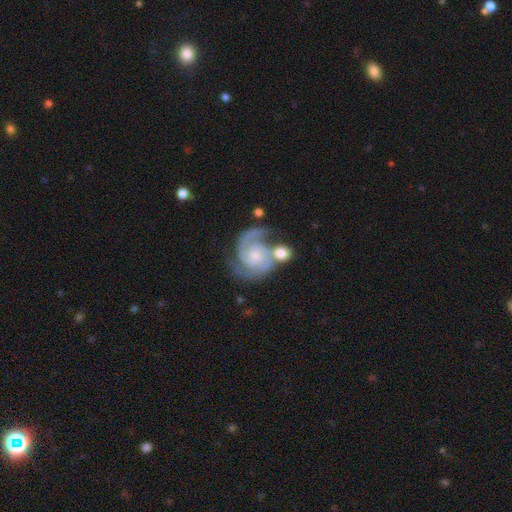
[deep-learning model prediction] Smooth or featured?
  - featured or disk: 91% *
  - smooth: 5%
  - star or artifact: 4%
Edge-on disk?
  - no: 98% *
  - yes: 2%
Bar?
  - no: 65% *
  - weak: 29%
  - strong: 6%
Spiral arms?
  - yes: 98% *
  - no: 2%
Spiral winding?
  - tight: 50% *
  - medium: 43%
  - loose: 7%
Spiral arm count?
  - 2: 82% *
  - 3: 9%
  - can't tell: 3%
  - 1: 2%
  - 4: 2%
  - more than 4: 2%
Bulge size?
  - small: 51% *
  - moderate: 35%
  - none: 9%
  - large: 4%
  - dominant: 1%
Merging?
  - none: 48% *
  - merger: 29%
  - minor disturbance: 15%
  - major disturbance: 7%